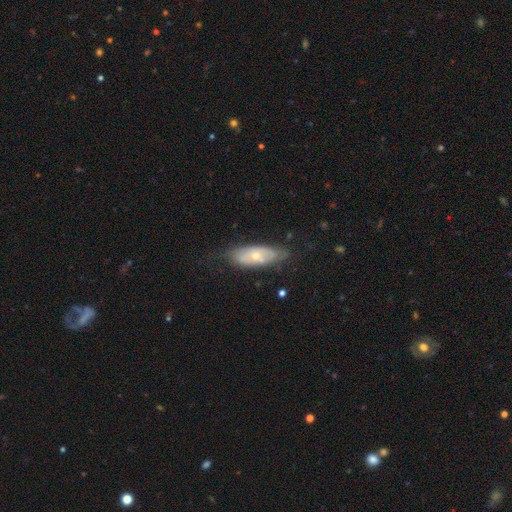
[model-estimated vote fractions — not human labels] smooth_or_featured: featured or disk (p=0.51) [alt: smooth p=0.43]
disk_edge_on: no (p=0.78) [alt: yes p=0.22]
merging: none (p=0.65) [alt: minor disturbance p=0.25]